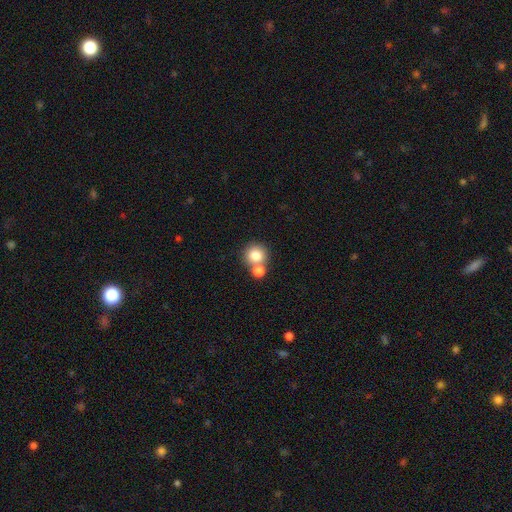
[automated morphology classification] Overall: smooth (80%). How rounded: round (89%). Merging: none (53%; merger 38%).